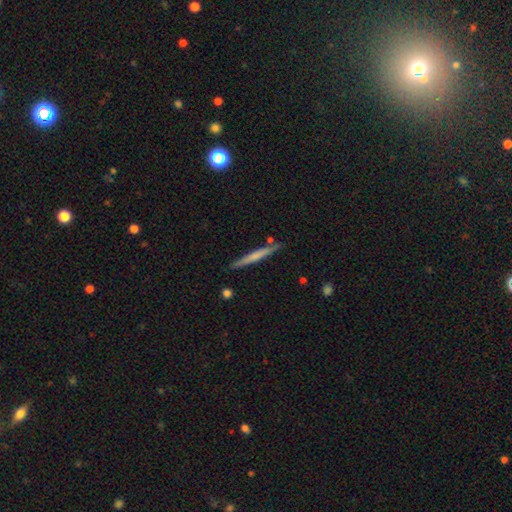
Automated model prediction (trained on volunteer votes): This is possibly a smooth galaxy (52%). How rounded: clearly cigar-shaped (96%). Merging: clearly none (86%).